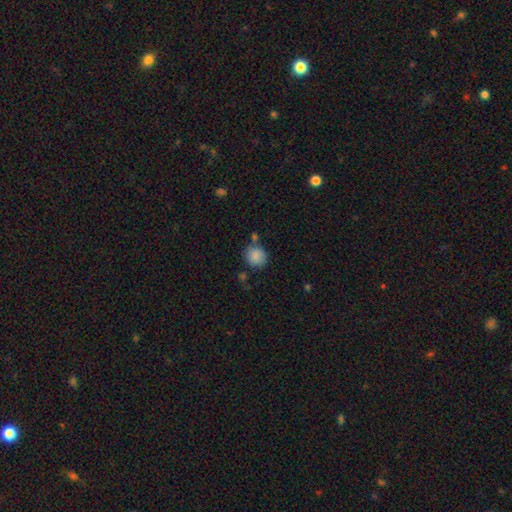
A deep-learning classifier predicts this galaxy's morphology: Smooth or featured: smooth — 86% (star or artifact — 8%)
How rounded: round — 81% (in between — 18%)
Merging: none — 68% (minor disturbance — 16%)